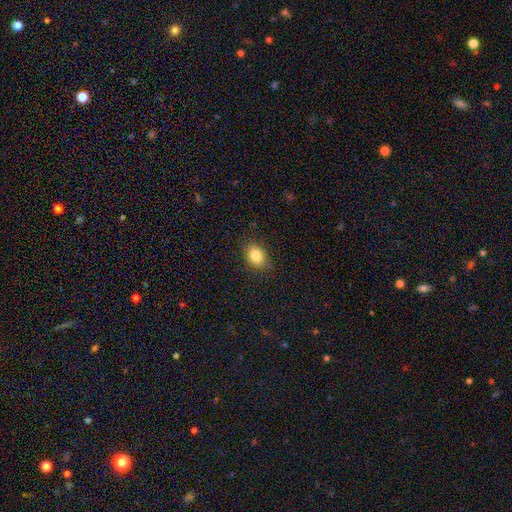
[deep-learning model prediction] smooth_or_featured: smooth (p=0.84) [alt: star or artifact p=0.09]
how_rounded: in between (p=0.73) [alt: round p=0.26]
merging: none (p=0.84) [alt: minor disturbance p=0.13]